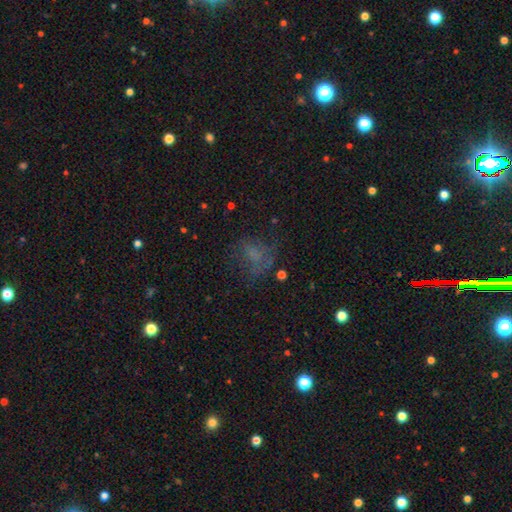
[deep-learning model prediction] This is possibly a smooth galaxy (46%). Merging: possibly none (46%).